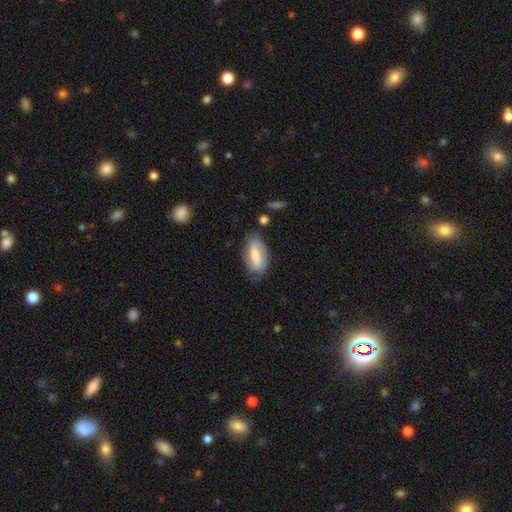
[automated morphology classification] Smooth or featured? Predicted: smooth (p=0.54). How rounded? Predicted: in between (p=0.84). Merging? Predicted: none (p=0.71).